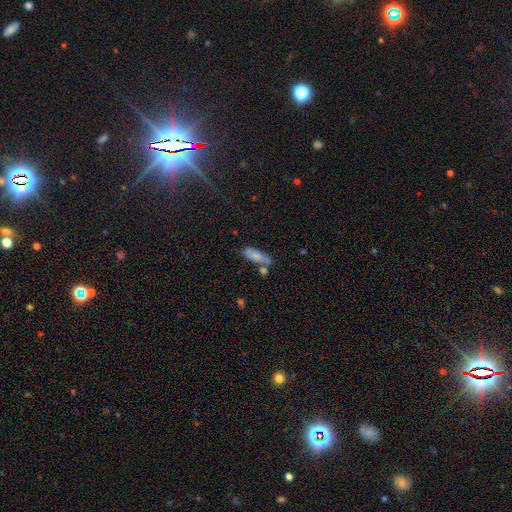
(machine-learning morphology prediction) This is likely a smooth galaxy (77%). How rounded: likely in between (61%). Merging: possibly none (57%).